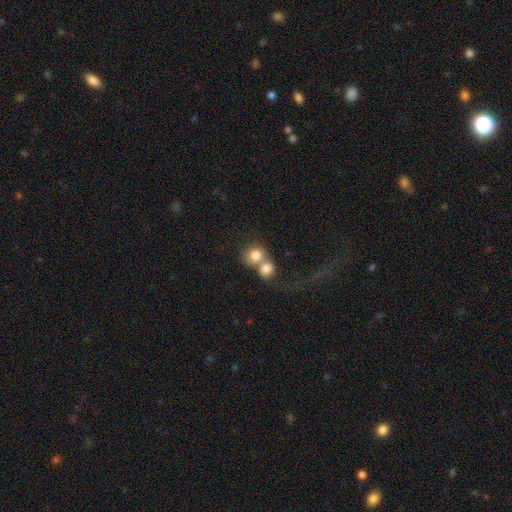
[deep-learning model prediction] Smooth or featured: smooth — 78% (featured or disk — 14%)
How rounded: round — 75% (in between — 24%)
Merging: merger — 66% (none — 23%)